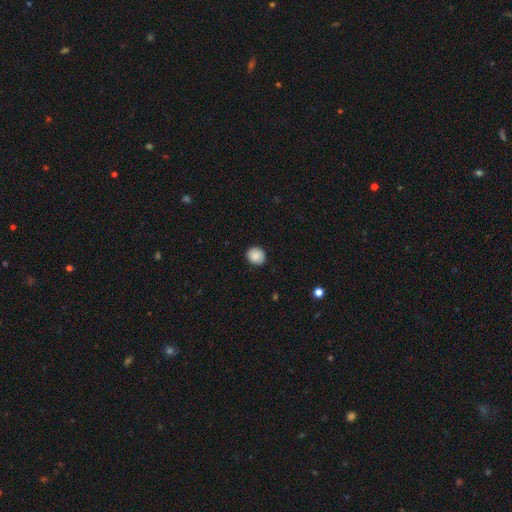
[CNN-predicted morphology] Q: Smooth or featured?
A: smooth (86%); runner-up: star or artifact (8%)
Q: How rounded?
A: round (79%); runner-up: in between (20%)
Q: Merging?
A: none (87%); runner-up: minor disturbance (10%)